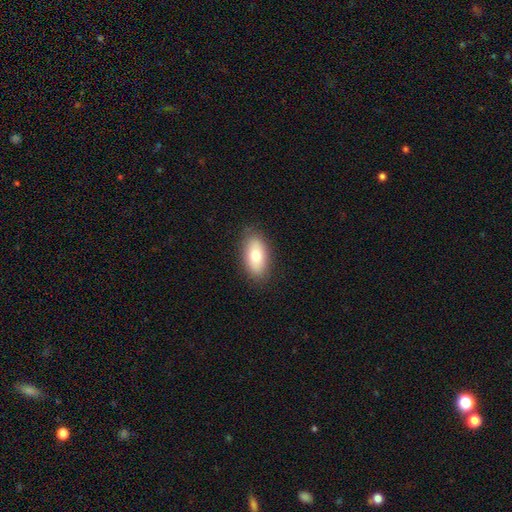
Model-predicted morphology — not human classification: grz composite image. It shows a smooth galaxy with no disk features (75%) that is in between round and cigar-shaped (90%). Merging: none (86%).